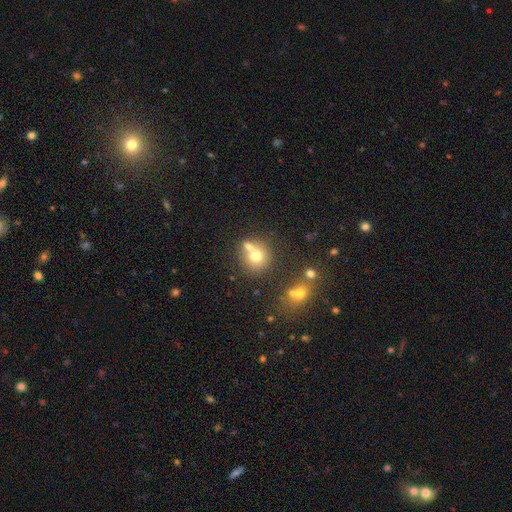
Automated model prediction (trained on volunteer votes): smooth_or_featured: smooth (p=0.69) [alt: featured or disk p=0.18]
how_rounded: round (p=0.84) [alt: in between p=0.15]
merging: none (p=0.48) [alt: merger p=0.38]